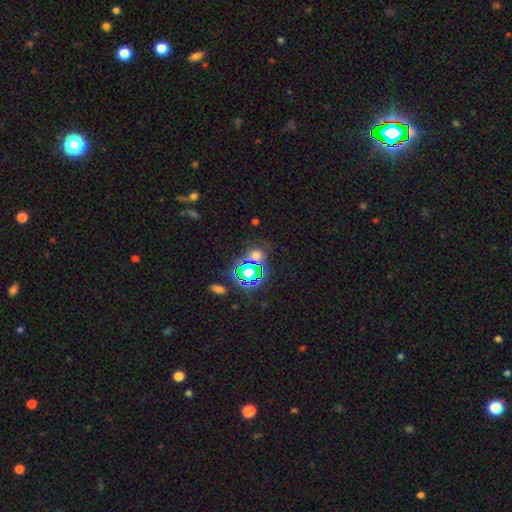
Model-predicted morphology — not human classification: A star or artifact, not a galaxy (55%).